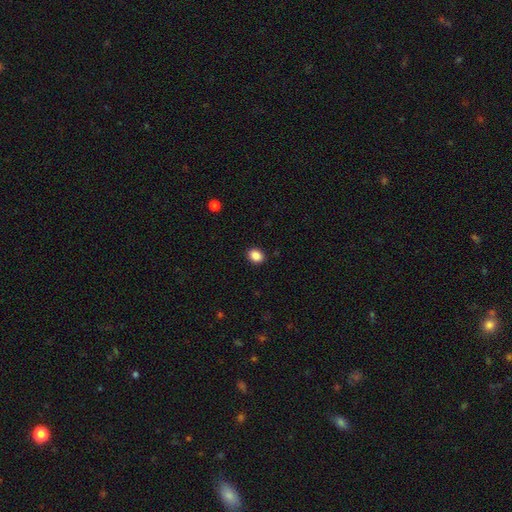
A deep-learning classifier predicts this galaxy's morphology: This appears to be a smooth galaxy with no disk features (88%) that is in between round and cigar-shaped (59%). Merging: none (90%).